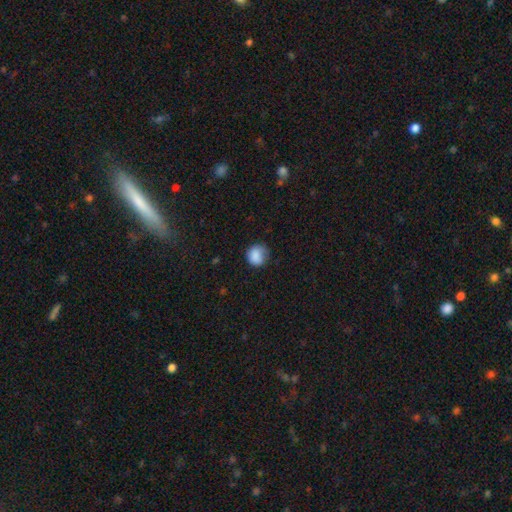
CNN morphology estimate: The model was most divided on "merging": none: 61%, minor disturbance: 28%, major disturbance: 9%, merger: 2%. More confident: smooth or featured — smooth (86%); how rounded — round (80%).